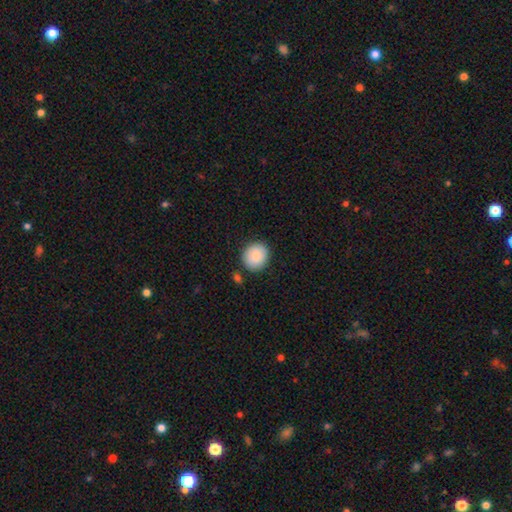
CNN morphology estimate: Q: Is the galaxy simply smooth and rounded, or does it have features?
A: smooth — 85%.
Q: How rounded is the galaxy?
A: round — 81%.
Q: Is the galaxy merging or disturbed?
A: none — 84%.